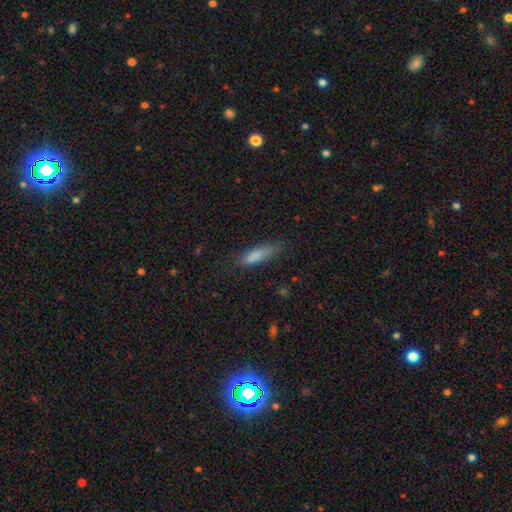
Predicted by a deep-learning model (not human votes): smooth-or-featured: smooth: 83% | featured or disk: 10% | star or artifact: 7%
  how-rounded: cigar-shaped: 60% | in between: 38% | round: 2%
  merging: none: 76% | minor disturbance: 17% | major disturbance: 5% | merger: 2%